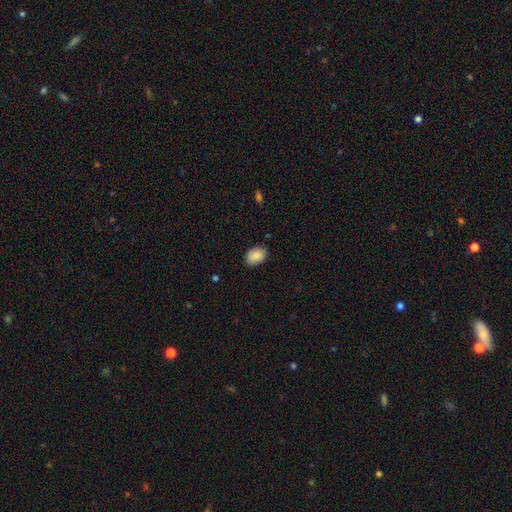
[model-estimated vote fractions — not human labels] Smooth or featured?
  - smooth: 88% *
  - star or artifact: 7%
  - featured or disk: 5%
How rounded?
  - in between: 80% *
  - round: 19%
  - cigar-shaped: 1%
Merging?
  - none: 86% *
  - minor disturbance: 11%
  - major disturbance: 2%
  - merger: 1%